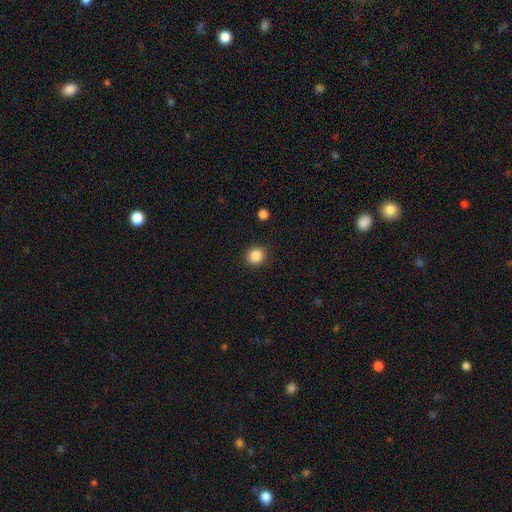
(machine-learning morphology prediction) Smooth or featured? Predicted: smooth (p=0.86). How rounded? Predicted: round (p=0.86). Merging? Predicted: none (p=0.91).